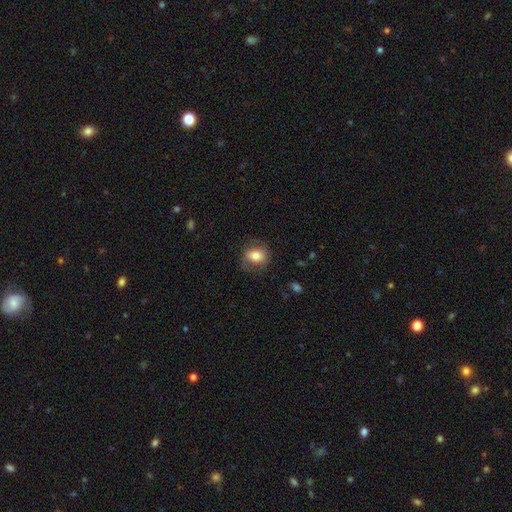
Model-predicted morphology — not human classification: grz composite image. It shows a smooth galaxy with no disk features (72%) that is in between round and cigar-shaped (53%). Merging: none (73%).